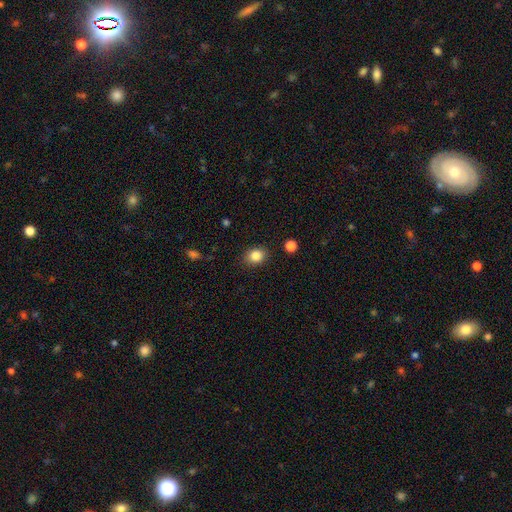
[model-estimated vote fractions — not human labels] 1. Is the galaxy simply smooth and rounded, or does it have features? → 85% smooth, 10% star or artifact, 5% featured or disk.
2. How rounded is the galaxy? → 50% round, 49% in between, 1% cigar-shaped.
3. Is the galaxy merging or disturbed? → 85% none, 10% minor disturbance, 3% major disturbance, 2% merger.